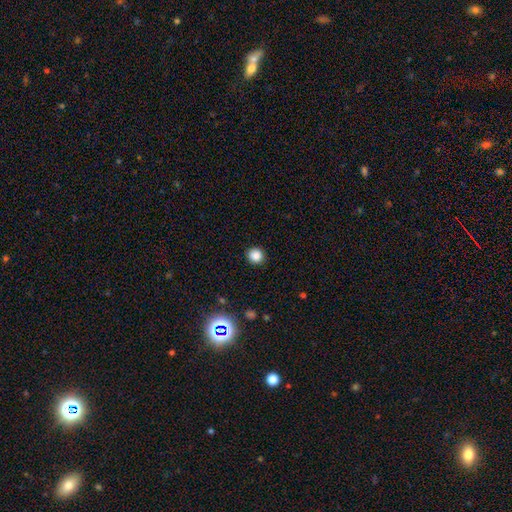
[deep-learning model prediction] Smooth or featured: smooth — 83% (star or artifact — 13%)
How rounded: round — 92% (in between — 7%)
Merging: none — 91% (minor disturbance — 6%)